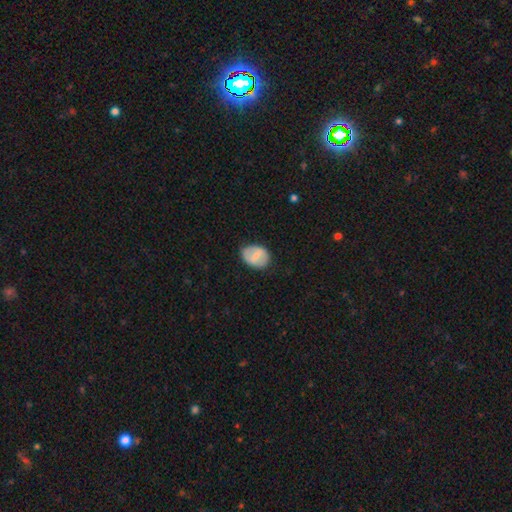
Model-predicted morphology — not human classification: type=smooth (58%); roundness=in between (70%); merging=none (79%).